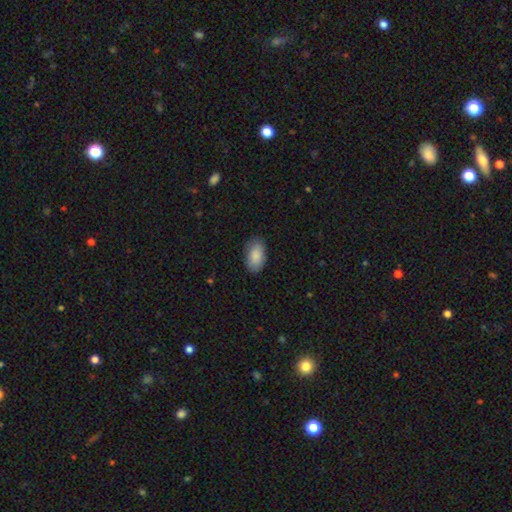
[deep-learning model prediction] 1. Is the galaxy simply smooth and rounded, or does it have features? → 88% smooth, 6% star or artifact, 6% featured or disk.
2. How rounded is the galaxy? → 94% in between, 4% round, 2% cigar-shaped.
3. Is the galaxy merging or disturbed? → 83% none, 13% minor disturbance, 3% major disturbance, 1% merger.